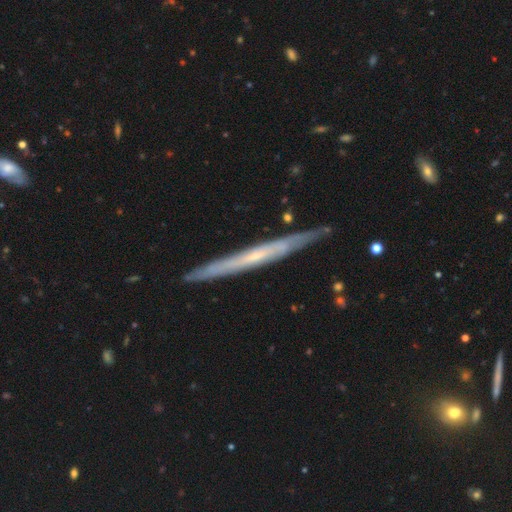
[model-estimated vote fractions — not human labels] Smooth or featured: featured or disk — 70% (smooth — 25%)
Edge-on disk: yes — 94% (no — 6%)
Edge-on bulge: none — 68% (rounded — 28%)
Merging: none — 86% (minor disturbance — 11%)